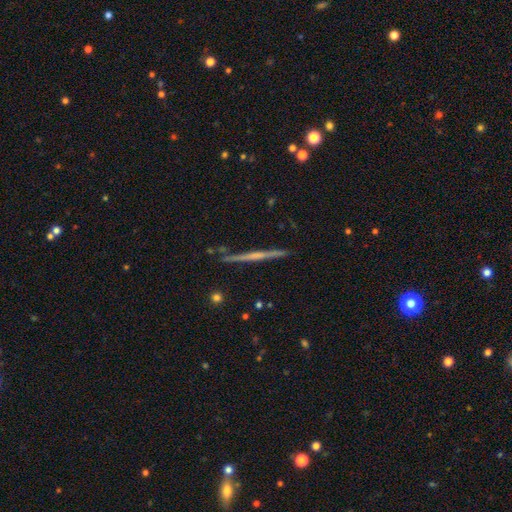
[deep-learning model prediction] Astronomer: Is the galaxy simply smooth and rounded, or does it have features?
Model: featured or disk — 68%.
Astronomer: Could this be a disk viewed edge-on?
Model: yes — 98%.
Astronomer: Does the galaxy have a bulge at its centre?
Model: none — 68%.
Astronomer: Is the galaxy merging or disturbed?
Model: none — 90%.